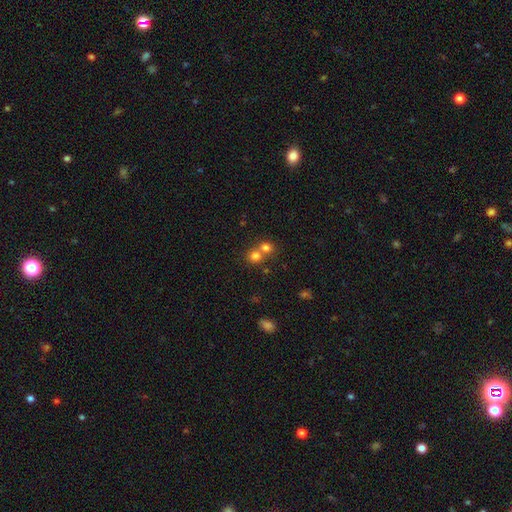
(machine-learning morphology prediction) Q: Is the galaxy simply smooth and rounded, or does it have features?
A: smooth — 77%.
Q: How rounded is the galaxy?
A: round — 82%.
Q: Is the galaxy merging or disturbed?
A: merger — 52%.